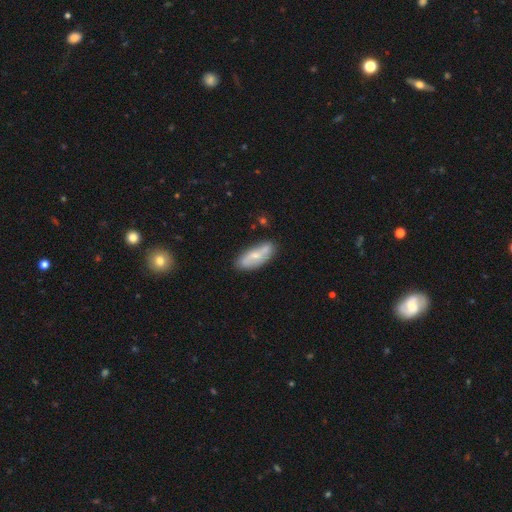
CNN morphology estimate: Smooth or featured? featured or disk (49%)
Merging? none (75%)